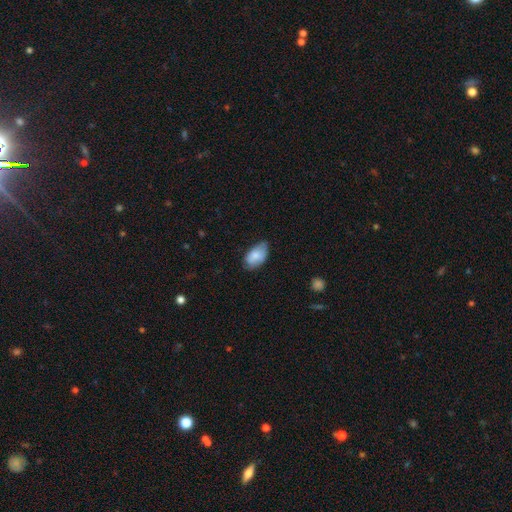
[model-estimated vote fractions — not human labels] This is likely a smooth galaxy (77%). How rounded: clearly in between (93%). Merging: likely none (63%).